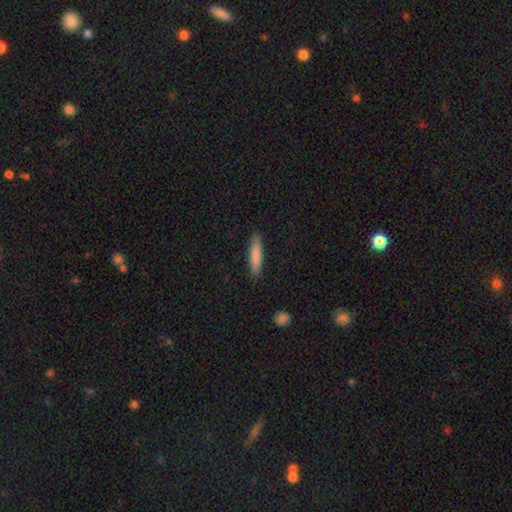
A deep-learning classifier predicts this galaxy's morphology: A smooth galaxy with no disk features (80%) that is cigar-shaped (84%). Merging: none (85%).